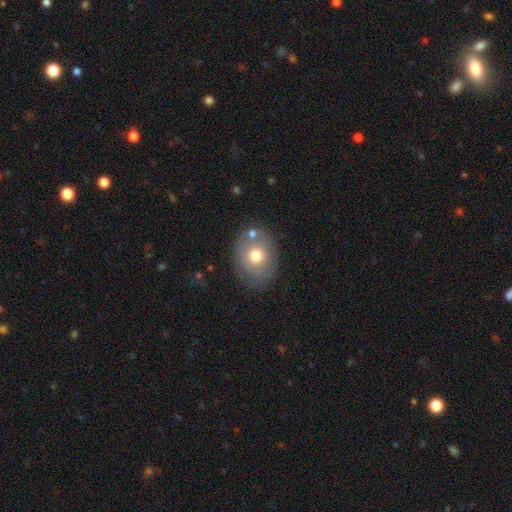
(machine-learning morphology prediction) A smooth galaxy with no disk features (67%) that is in between round and cigar-shaped (62%). Merging: none (73%).